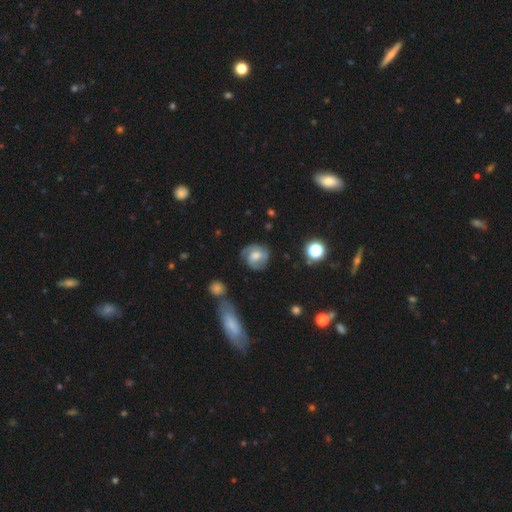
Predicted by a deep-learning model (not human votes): Smooth or featured? Predicted: featured or disk (p=0.55). Edge-on disk? Predicted: no (p=0.97). Bar? Predicted: no (p=0.45). Spiral arms? Predicted: yes (p=0.82). Bulge size? Predicted: moderate (p=0.56). Merging? Predicted: none (p=0.64).